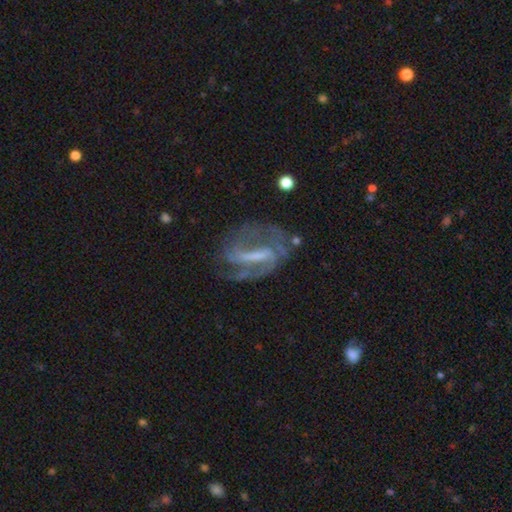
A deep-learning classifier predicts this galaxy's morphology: The model was most divided on "bulge size": none: 37%, small: 34%, moderate: 23%, large: 5%, dominant: 1%. Remaining: edge-on disk — no (92%); spiral arms — yes (88%); smooth or featured — featured or disk (83%); spiral arm count — 2 (69%); bar — strong (64%); merging — none (61%); spiral winding — medium (46%).